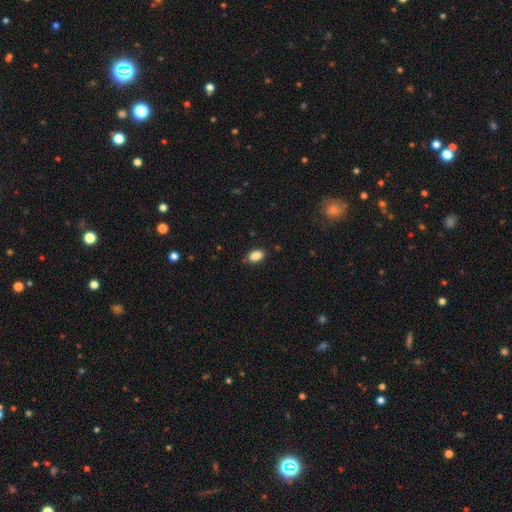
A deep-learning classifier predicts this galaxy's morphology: smooth 87%, star or artifact 8%, featured or disk 5%. Down the decision tree: how rounded — in between (90%); merging — none (85%).